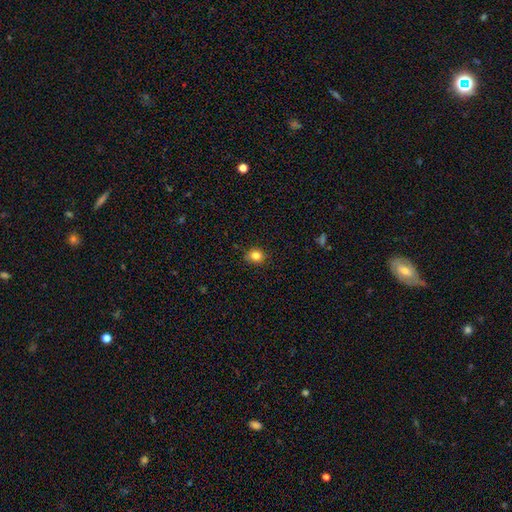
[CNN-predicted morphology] smooth 83%, star or artifact 11%, featured or disk 5%. Down the decision tree: how rounded — round (80%); merging — none (87%).